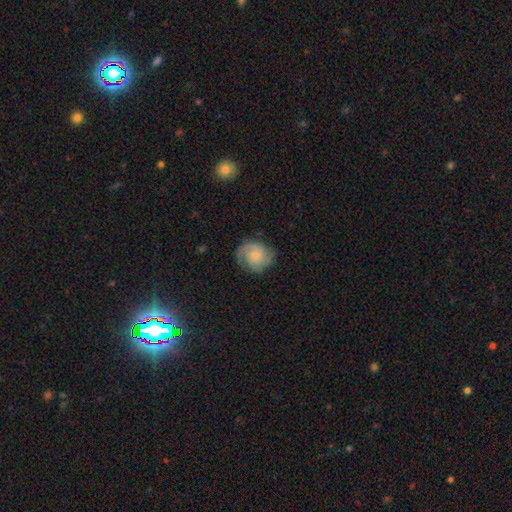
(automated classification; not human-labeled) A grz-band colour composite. It shows a featured or disk galaxy (65%) with no bar (75%), 2 (49%) tight (49%) spiral arms (93%) and a small central bulge (68%). Merging: none (72%).